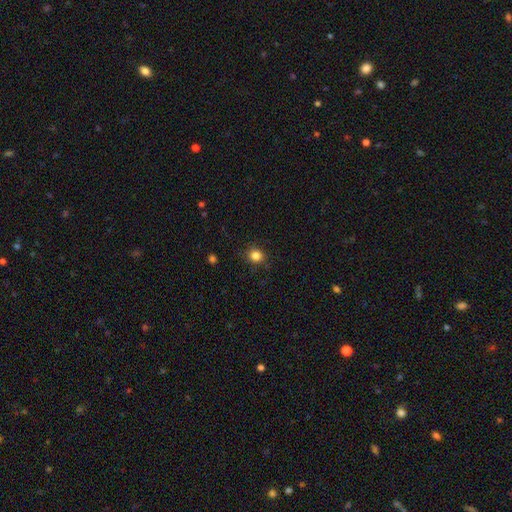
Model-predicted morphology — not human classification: Smooth or featured? smooth (83%)
How rounded? round (85%)
Merging? none (87%)